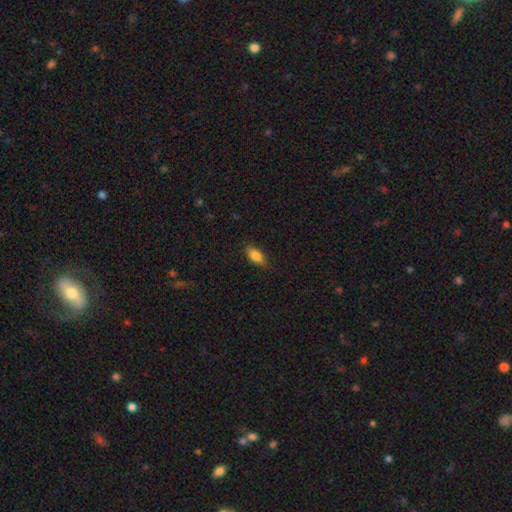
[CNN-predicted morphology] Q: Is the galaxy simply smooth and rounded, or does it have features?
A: smooth — 85%.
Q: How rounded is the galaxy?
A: in between — 88%.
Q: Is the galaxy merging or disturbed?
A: none — 83%.